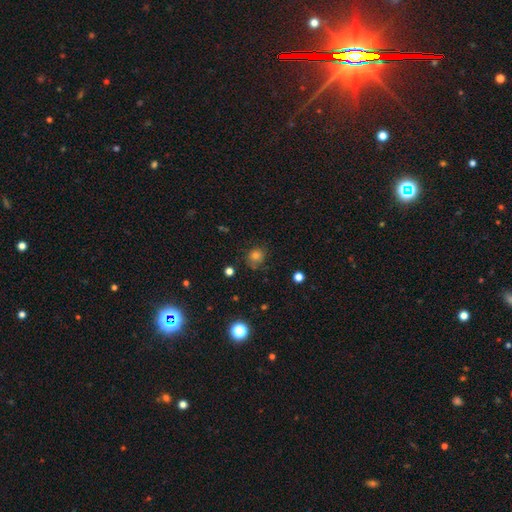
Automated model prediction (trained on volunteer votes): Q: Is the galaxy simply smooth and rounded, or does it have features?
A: smooth — 73%.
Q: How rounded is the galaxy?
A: round — 84%.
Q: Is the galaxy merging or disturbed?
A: none — 72%.